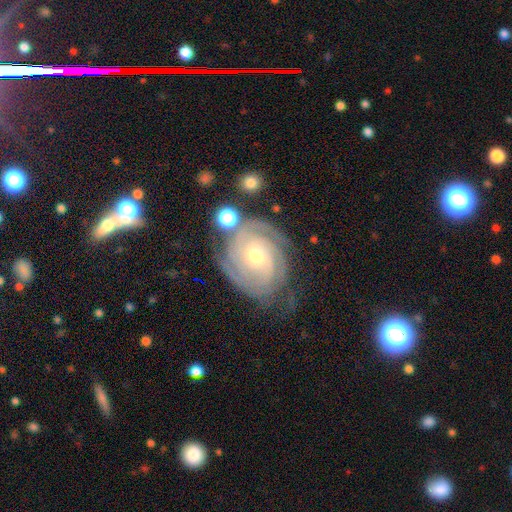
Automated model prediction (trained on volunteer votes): This appears to be a featured or disk galaxy (88%) with no bar (75%), 3 (29%) tight (79%) spiral arms (97%) and a small central bulge (55%). Merging: none (67%).